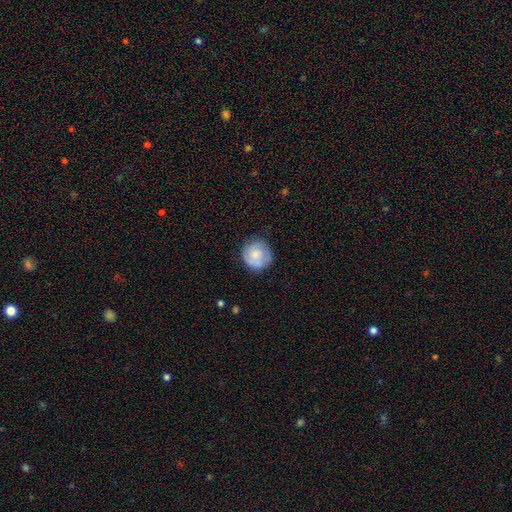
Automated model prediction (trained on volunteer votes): Q: Smooth or featured?
A: smooth (67%); runner-up: featured or disk (26%)
Q: How rounded?
A: round (92%); runner-up: in between (7%)
Q: Merging?
A: none (75%); runner-up: minor disturbance (18%)